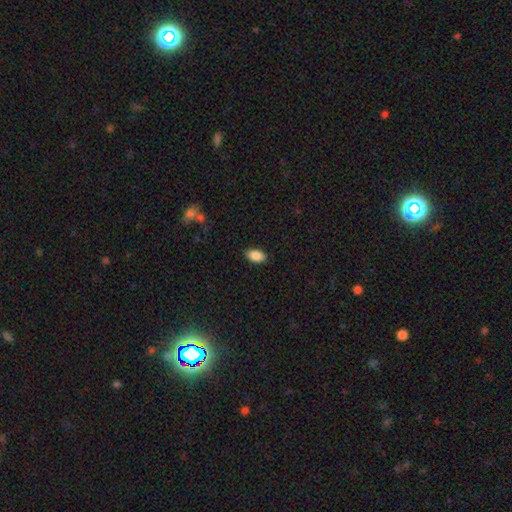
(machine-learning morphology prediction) Smooth or featured? Predicted: smooth (p=0.89). How rounded? Predicted: in between (p=0.93). Merging? Predicted: none (p=0.88).